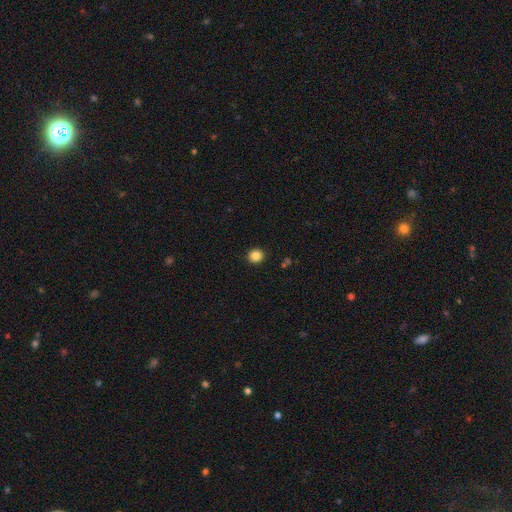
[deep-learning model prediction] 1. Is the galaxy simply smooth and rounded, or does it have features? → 86% smooth, 11% star or artifact, 4% featured or disk.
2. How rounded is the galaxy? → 85% round, 14% in between, 1% cigar-shaped.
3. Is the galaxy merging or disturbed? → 92% none, 5% minor disturbance, 2% major disturbance, 1% merger.